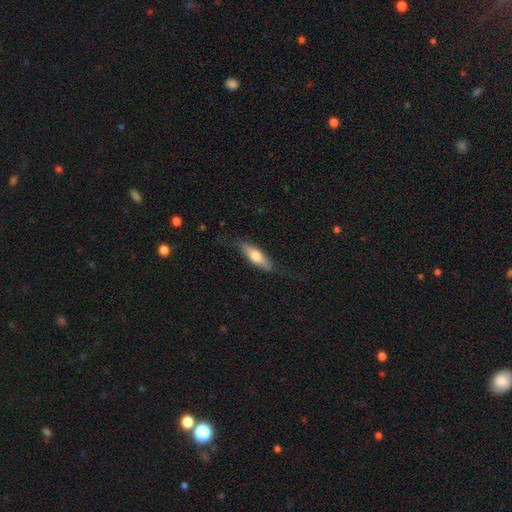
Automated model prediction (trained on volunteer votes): The model was most divided on "how rounded": in between: 50%, cigar-shaped: 47%, round: 2%. More confident: merging — none (75%); smooth or featured — smooth (62%).